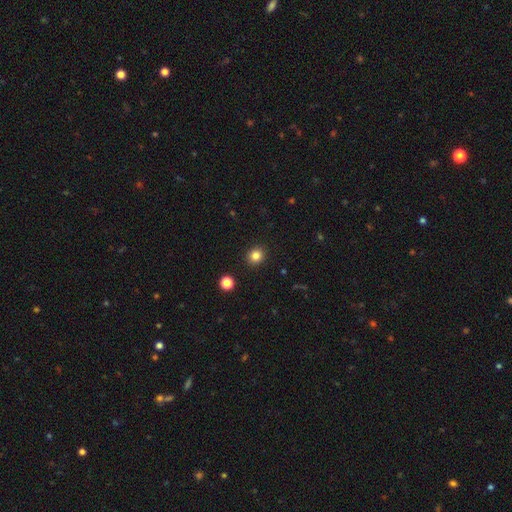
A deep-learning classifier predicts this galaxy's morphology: smooth_or_featured: smooth (p=0.83) [alt: star or artifact p=0.12]
how_rounded: round (p=0.82) [alt: in between p=0.17]
merging: none (p=0.92) [alt: minor disturbance p=0.05]